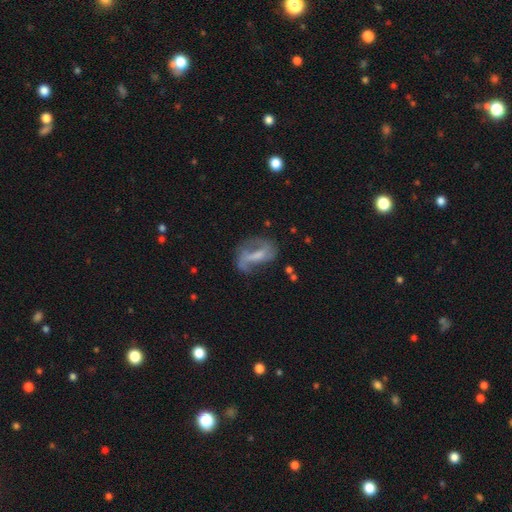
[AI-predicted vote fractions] featured or disk 66%, smooth 24%, star or artifact 9%. Down the decision tree: edge-on disk — no (95%); bar — weak (42%); spiral arms — yes (74%); bulge size — none (34%); merging — none (48%).